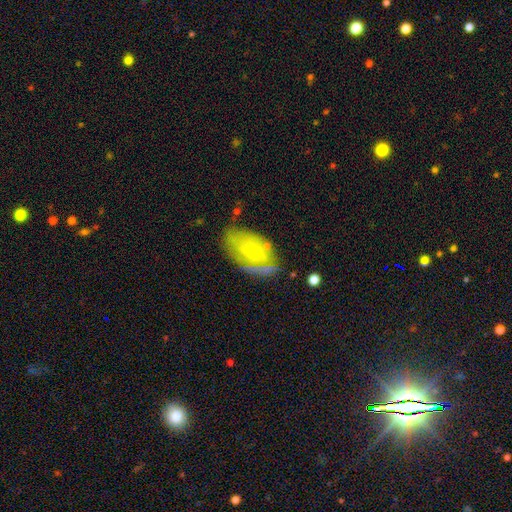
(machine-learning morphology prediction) This appears to be a smooth galaxy with no disk features (51%) that is in between round and cigar-shaped (86%). Merging: none (58%).